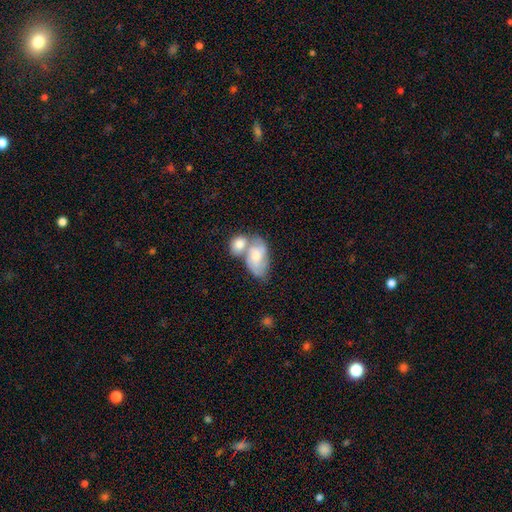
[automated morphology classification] A smooth galaxy with no disk features (48%).

Vote fractions:
- Smooth or featured? smooth: 48% / featured or disk: 46% / star or artifact: 6%
- Merging? merger: 62% / none: 19% / minor disturbance: 11% / major disturbance: 7%